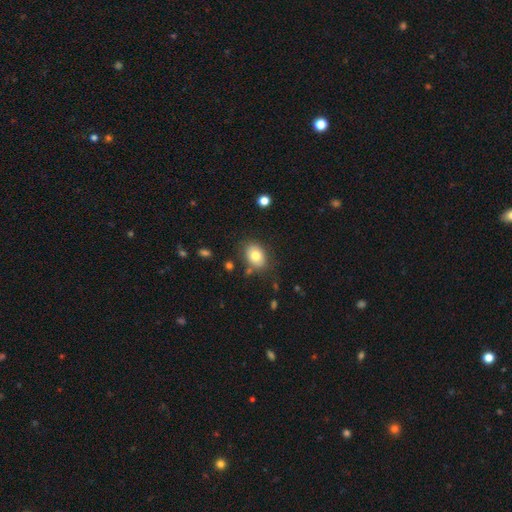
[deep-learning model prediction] The model was most divided on "how rounded": in between: 68%, round: 31%, cigar-shaped: 1%. More confident: merging — none (79%); smooth or featured — smooth (79%).